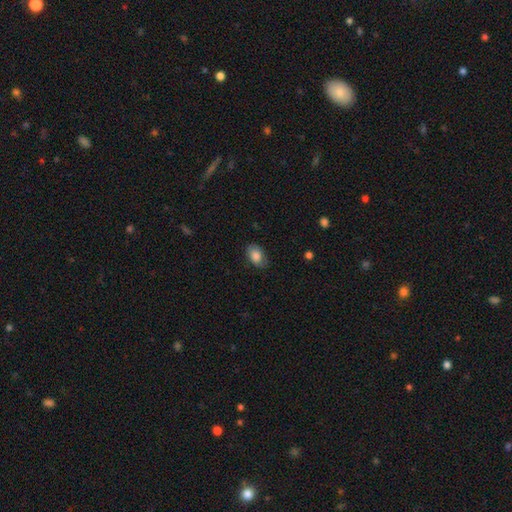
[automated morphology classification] smooth 83%, featured or disk 10%, star or artifact 7%. Down the decision tree: how rounded — in between (88%); merging — none (78%).